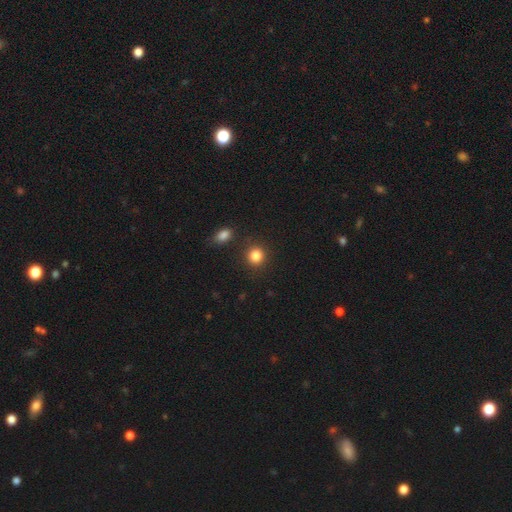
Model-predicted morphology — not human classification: Smooth or featured: smooth — 85% (star or artifact — 11%)
How rounded: round — 86% (in between — 13%)
Merging: none — 86% (minor disturbance — 7%)